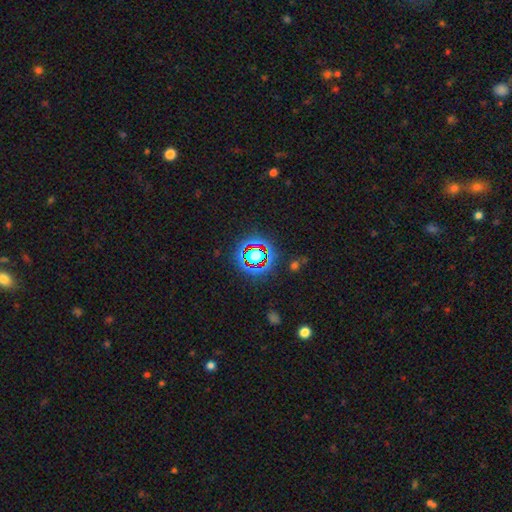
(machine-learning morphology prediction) The model was most divided on "smooth or featured": star or artifact: 66%, smooth: 22%, featured or disk: 12%.